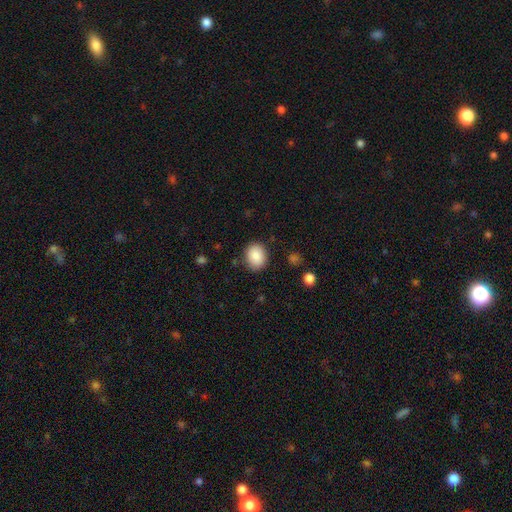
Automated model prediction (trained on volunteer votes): Overall: smooth (86%). How rounded: round (55%; in between 44%). Merging: none (84%).